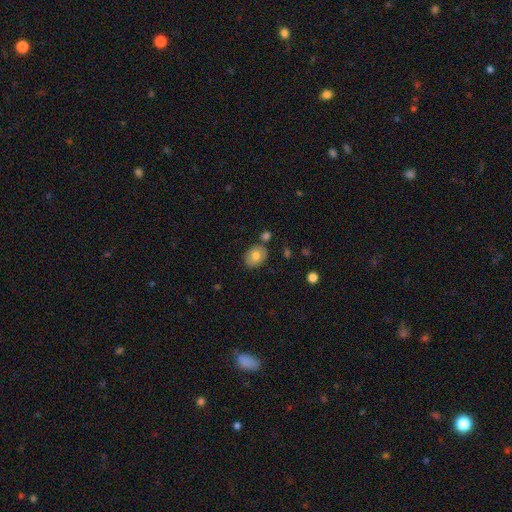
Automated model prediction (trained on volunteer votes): Overall: smooth (73%). How rounded: in between (63%; round 36%). Merging: none (76%).